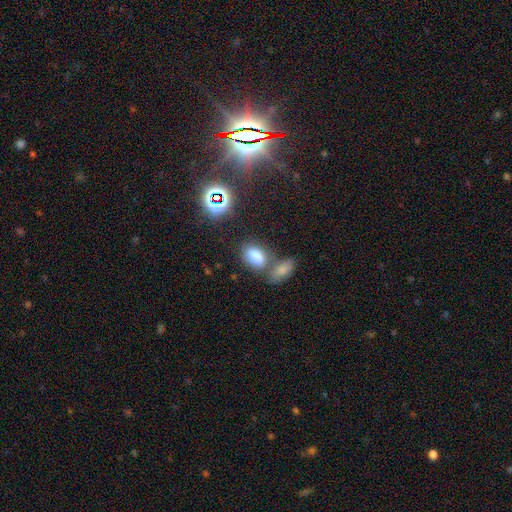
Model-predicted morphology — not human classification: Smooth or featured? smooth (77%)
How rounded? in between (86%)
Merging? none (48%)